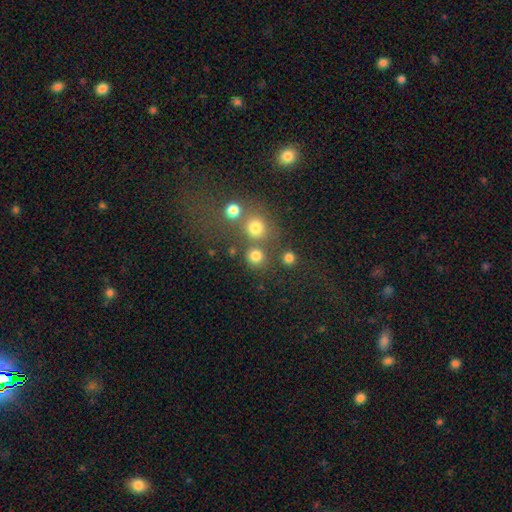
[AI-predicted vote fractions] Smooth or featured? Predicted: smooth (p=0.79). How rounded? Predicted: round (p=0.91). Merging? Predicted: none (p=0.74).